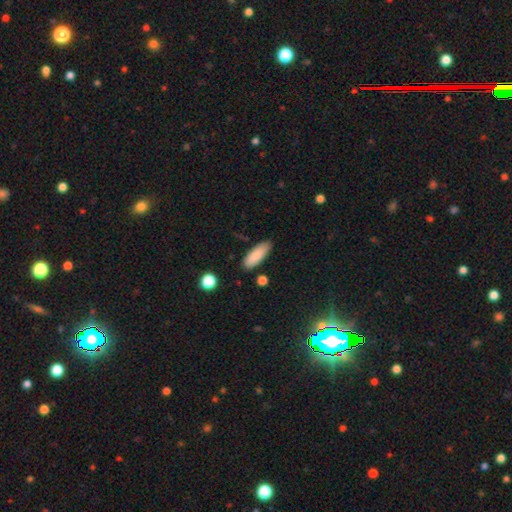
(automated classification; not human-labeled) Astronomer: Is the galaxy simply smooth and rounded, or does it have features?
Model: smooth — 85%.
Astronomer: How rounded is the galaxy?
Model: in between — 64%.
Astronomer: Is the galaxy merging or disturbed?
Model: none — 83%.